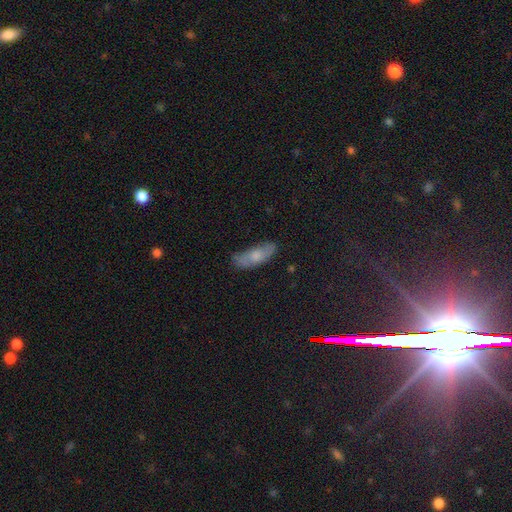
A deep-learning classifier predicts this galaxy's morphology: This appears to be a smooth galaxy with no disk features (63%) that is in between round and cigar-shaped (66%). Merging: none (64%).